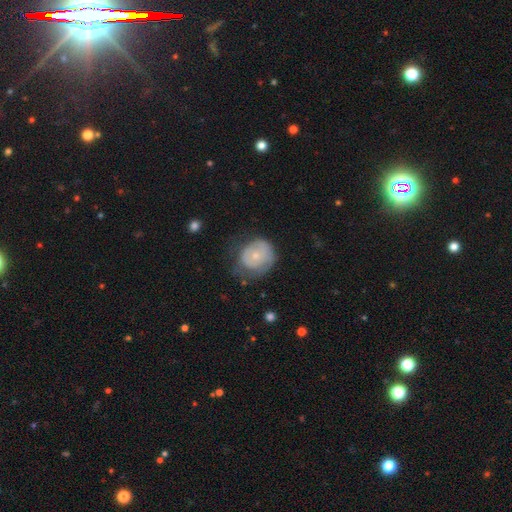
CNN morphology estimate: Smooth or featured: smooth — 48% (featured or disk — 45%)
Merging: none — 46% (minor disturbance — 33%)